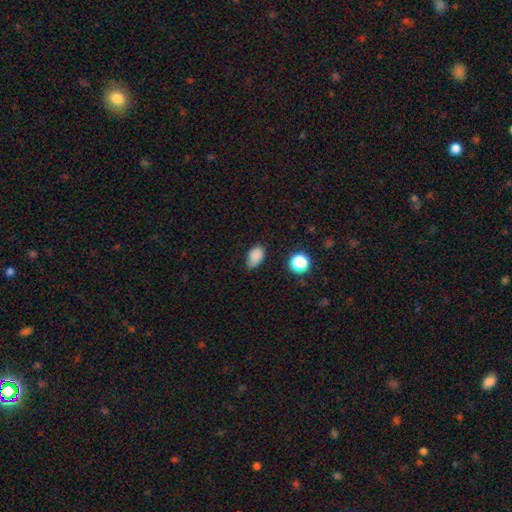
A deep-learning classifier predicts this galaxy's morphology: This is clearly a smooth galaxy (82%). How rounded: clearly in between (83%). Merging: possibly none (52%).